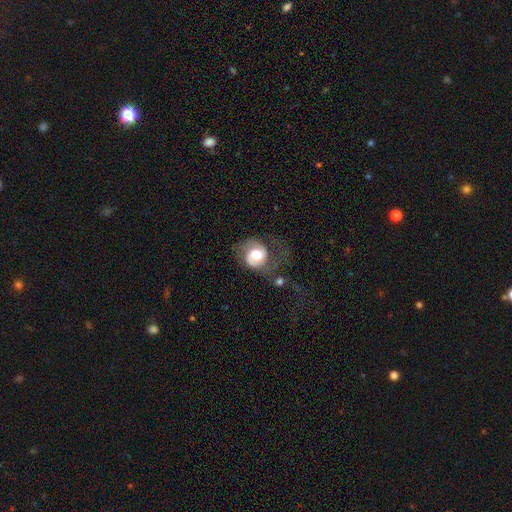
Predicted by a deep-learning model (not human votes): Morphology: type=featured or disk (55%); edge-on=no (97%); bar=no (68%); spiral arms=yes (81%); bulge=moderate (49%); merging=major disturbance (39%).